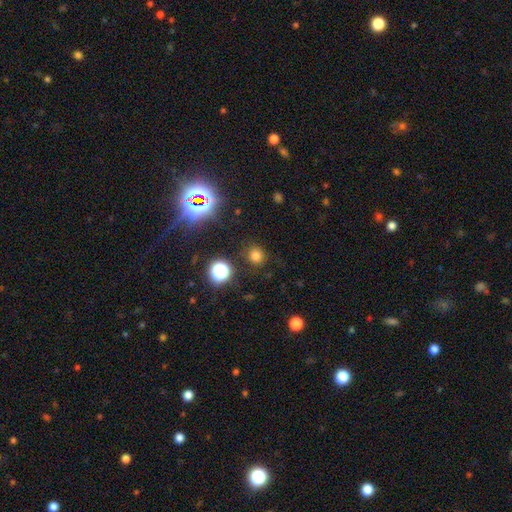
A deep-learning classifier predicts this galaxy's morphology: Overall: smooth (72%). How rounded: round (88%). Merging: none (85%).